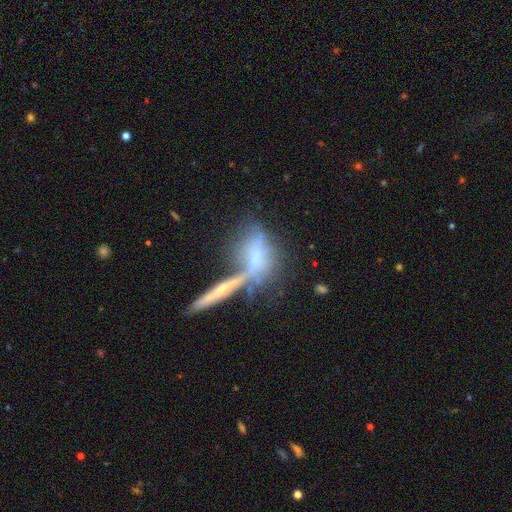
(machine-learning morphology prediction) Smooth or featured? featured or disk (48%)
Merging? none (36%, tied with merger)